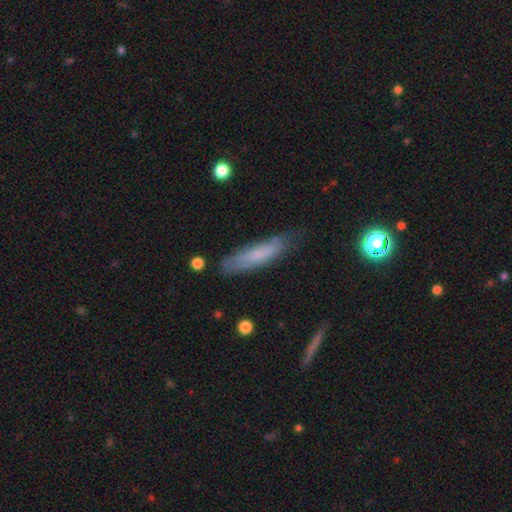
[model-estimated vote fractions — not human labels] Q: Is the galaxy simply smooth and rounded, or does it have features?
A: smooth — 64%.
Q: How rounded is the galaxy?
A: cigar-shaped — 73%.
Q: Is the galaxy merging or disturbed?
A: none — 70%.